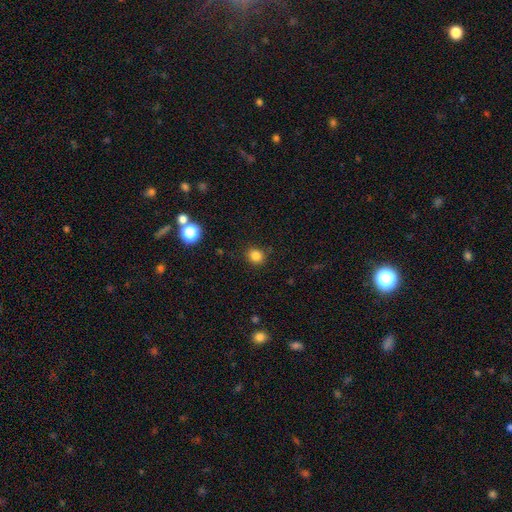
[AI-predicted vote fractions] Smooth or featured: smooth — 83% (star or artifact — 13%)
How rounded: round — 79% (in between — 20%)
Merging: none — 86% (minor disturbance — 10%)